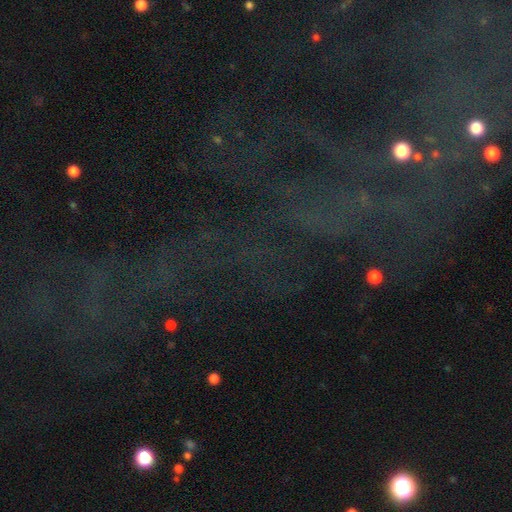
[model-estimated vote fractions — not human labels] A star or artifact, not a galaxy (69%).